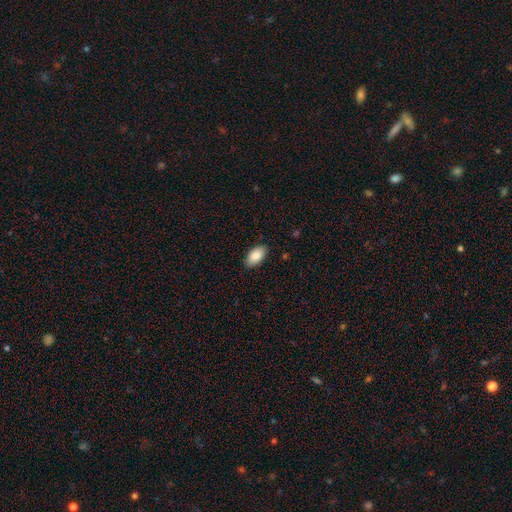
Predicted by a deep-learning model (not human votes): Smooth or featured: smooth — 87% (featured or disk — 6%)
How rounded: in between — 94% (round — 3%)
Merging: none — 88% (minor disturbance — 9%)